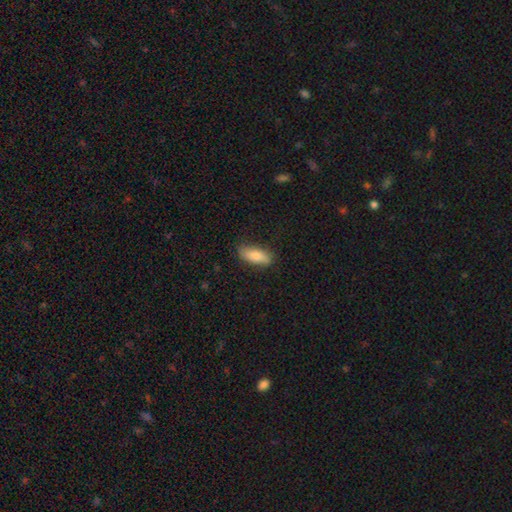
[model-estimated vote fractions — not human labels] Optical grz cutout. It shows a smooth galaxy with no disk features (81%) that is in between round and cigar-shaped (74%). Merging: none (81%).